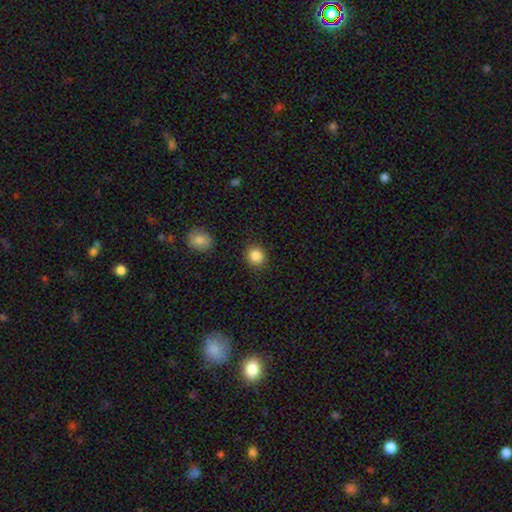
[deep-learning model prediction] Morphology: type=smooth (87%); roundness=round (80%); merging=none (89%).